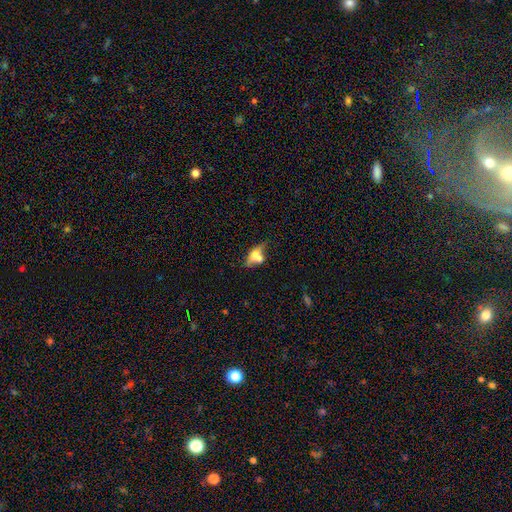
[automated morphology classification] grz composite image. It shows a smooth galaxy with no disk features (49%). Merging: merger (39%).